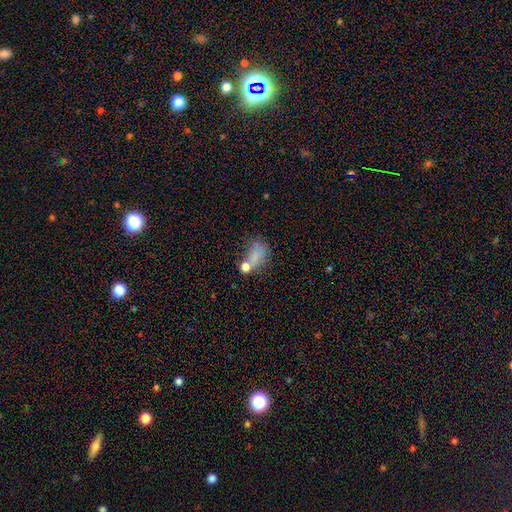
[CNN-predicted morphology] type=smooth (65%); roundness=in between (71%); merging=none (33%).